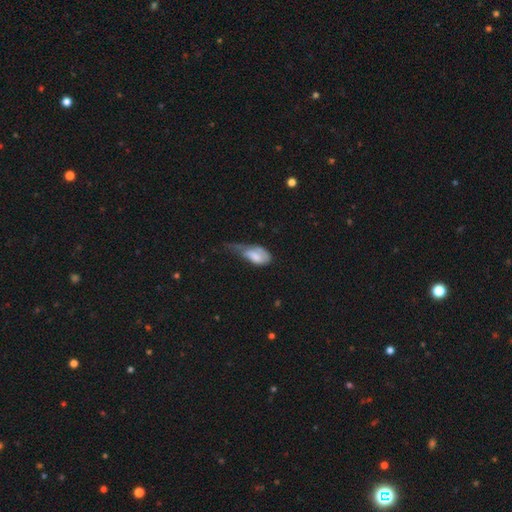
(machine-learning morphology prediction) smooth-or-featured: smooth: 61% | featured or disk: 32% | star or artifact: 7%
  how-rounded: in between: 88% | cigar-shaped: 6% | round: 6%
  merging: major disturbance: 52% | minor disturbance: 30% | none: 14% | merger: 4%